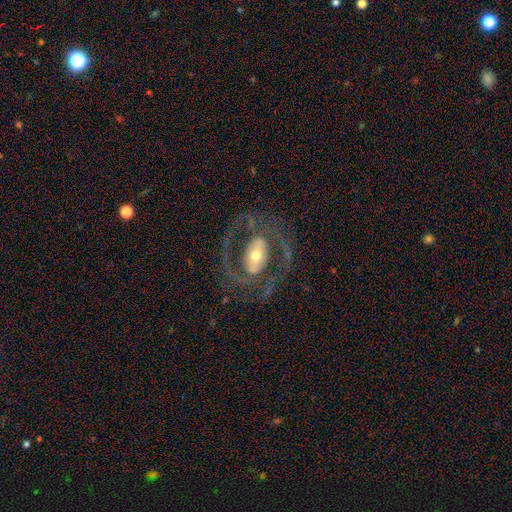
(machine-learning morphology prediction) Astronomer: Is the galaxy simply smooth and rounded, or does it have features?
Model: featured or disk — 83%.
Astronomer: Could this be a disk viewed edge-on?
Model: no — 95%.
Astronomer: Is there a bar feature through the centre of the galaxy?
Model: strong — 38% (runner-up: weak, 32%).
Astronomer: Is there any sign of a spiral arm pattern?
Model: yes — 80%.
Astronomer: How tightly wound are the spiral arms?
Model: medium — 54%.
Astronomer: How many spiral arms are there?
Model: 2 — 85%.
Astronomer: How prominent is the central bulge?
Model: moderate — 59%.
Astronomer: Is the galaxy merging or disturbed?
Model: none — 70%.